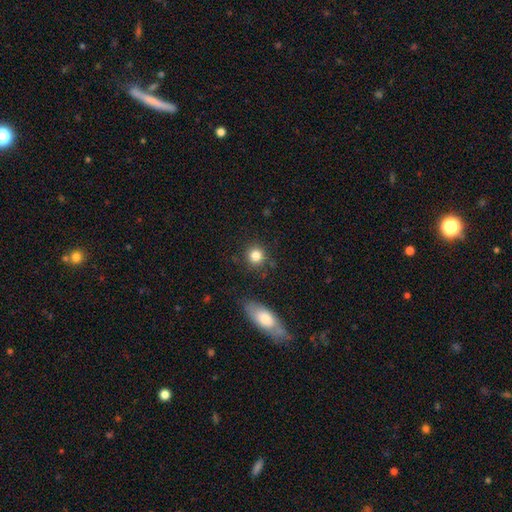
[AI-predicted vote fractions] smooth-or-featured: smooth: 83% | star or artifact: 10% | featured or disk: 7%
  how-rounded: round: 90% | in between: 9% | cigar-shaped: 1%
  merging: none: 86% | minor disturbance: 9% | major disturbance: 3% | merger: 3%